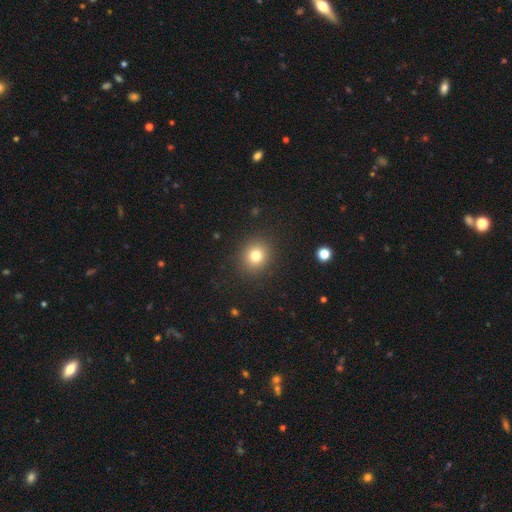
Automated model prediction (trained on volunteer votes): Overall: smooth (78%). How rounded: round (85%). Merging: none (90%).